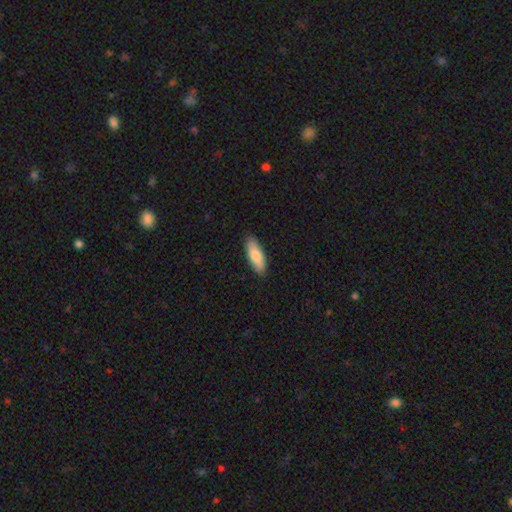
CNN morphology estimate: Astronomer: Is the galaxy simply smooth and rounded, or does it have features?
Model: smooth — 79%.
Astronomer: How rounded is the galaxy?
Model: in between — 68%.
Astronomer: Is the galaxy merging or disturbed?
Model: none — 89%.